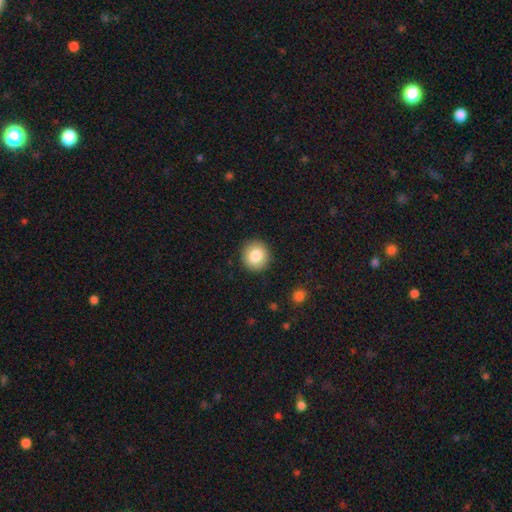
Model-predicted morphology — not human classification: A smooth galaxy with no disk features (83%) that is round (89%). Merging: none (91%).